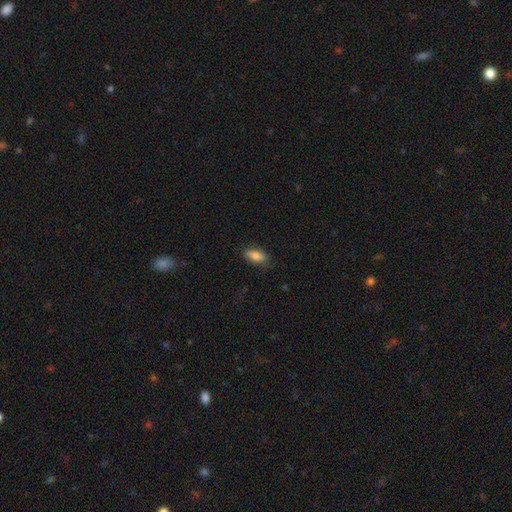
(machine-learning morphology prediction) smooth-or-featured: smooth: 82% | featured or disk: 10% | star or artifact: 7%
  how-rounded: in between: 85% | cigar-shaped: 11% | round: 3%
  merging: none: 78% | minor disturbance: 17% | major disturbance: 4% | merger: 1%